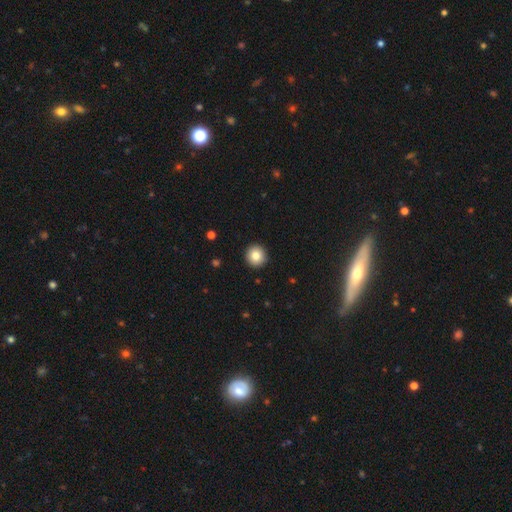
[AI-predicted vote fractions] Morphology: type=smooth (83%); roundness=round (94%); merging=none (93%).